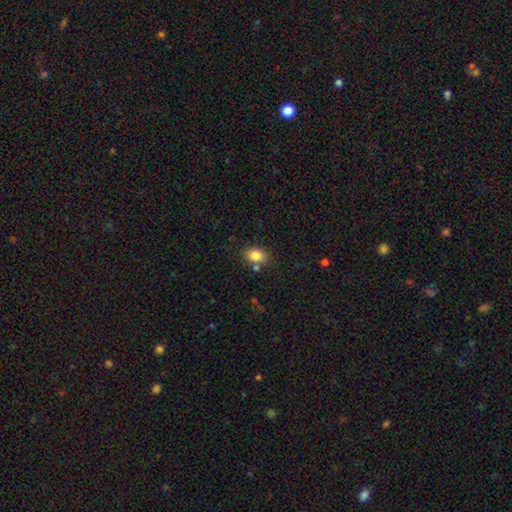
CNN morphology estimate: Smooth or featured: smooth — 84% (star or artifact — 9%)
How rounded: in between — 69% (round — 29%)
Merging: none — 73% (minor disturbance — 13%)